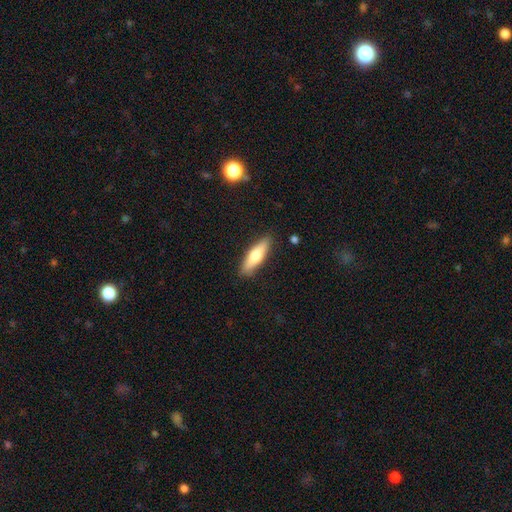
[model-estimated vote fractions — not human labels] A smooth galaxy with no disk features (64%) that is cigar-shaped (61%). Merging: none (87%).